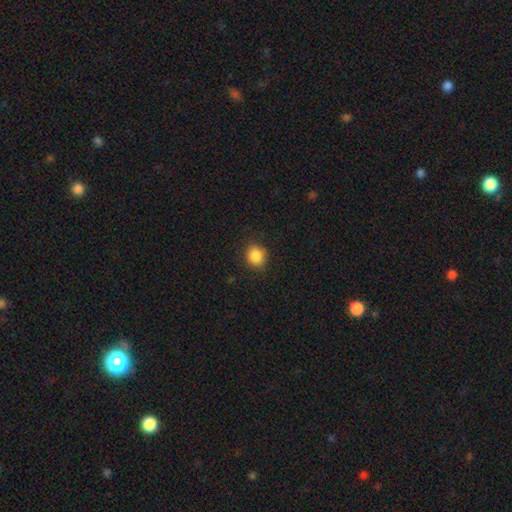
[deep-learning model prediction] smooth-or-featured: smooth: 87% | star or artifact: 9% | featured or disk: 4%
  how-rounded: round: 70% | in between: 29% | cigar-shaped: 1%
  merging: none: 86% | minor disturbance: 10% | major disturbance: 3% | merger: 1%